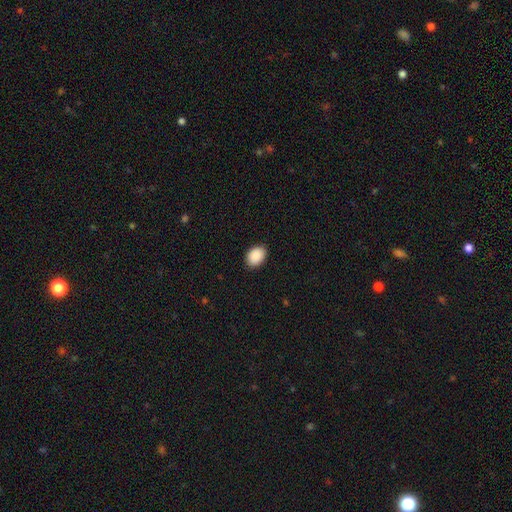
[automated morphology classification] Q: Smooth or featured?
A: smooth (91%); runner-up: star or artifact (7%)
Q: How rounded?
A: in between (77%); runner-up: round (22%)
Q: Merging?
A: none (89%); runner-up: minor disturbance (8%)